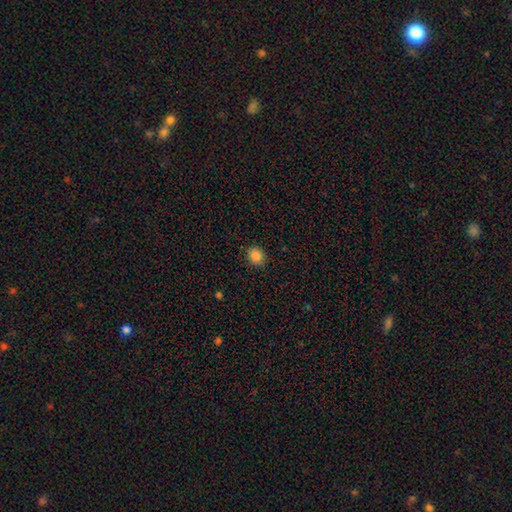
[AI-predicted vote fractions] smooth 86%, star or artifact 10%, featured or disk 3%. Down the decision tree: how rounded — round (71%); merging — none (90%).